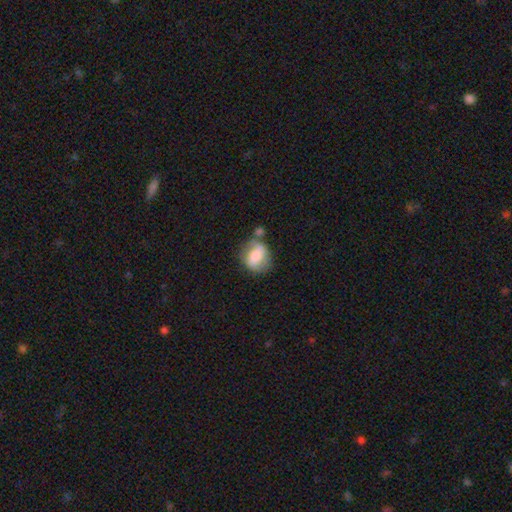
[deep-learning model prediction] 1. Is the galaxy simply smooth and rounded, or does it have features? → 60% smooth, 32% featured or disk, 8% star or artifact.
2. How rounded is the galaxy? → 57% round, 41% in between, 2% cigar-shaped.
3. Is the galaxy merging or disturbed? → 50% none, 23% minor disturbance, 17% merger, 9% major disturbance.